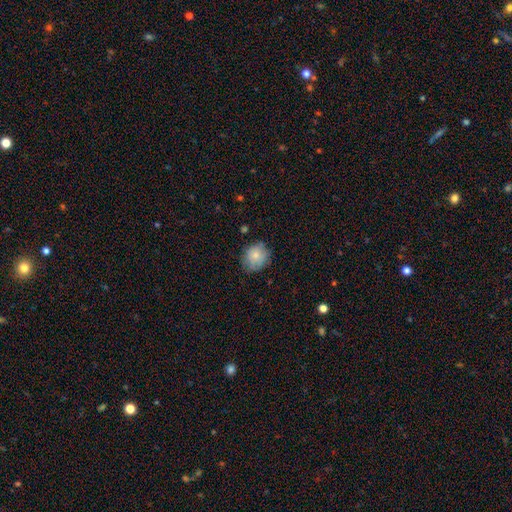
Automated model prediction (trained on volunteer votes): smooth_or_featured: smooth (p=0.79) [alt: featured or disk p=0.13]
how_rounded: round (p=0.73) [alt: in between p=0.26]
merging: none (p=0.71) [alt: minor disturbance p=0.23]